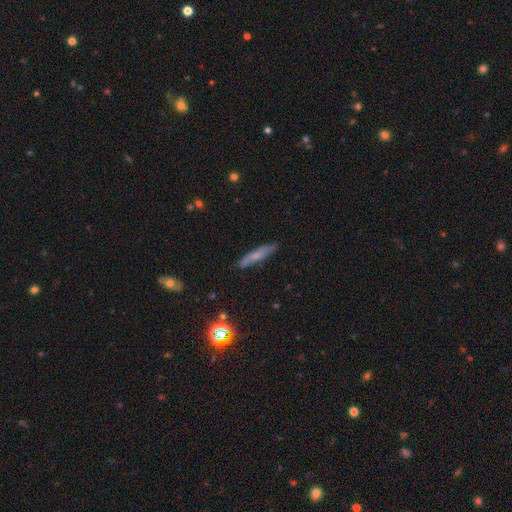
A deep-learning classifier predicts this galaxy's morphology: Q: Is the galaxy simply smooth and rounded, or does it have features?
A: smooth — 59%.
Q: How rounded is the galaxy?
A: cigar-shaped — 88%.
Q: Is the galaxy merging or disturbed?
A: none — 83%.